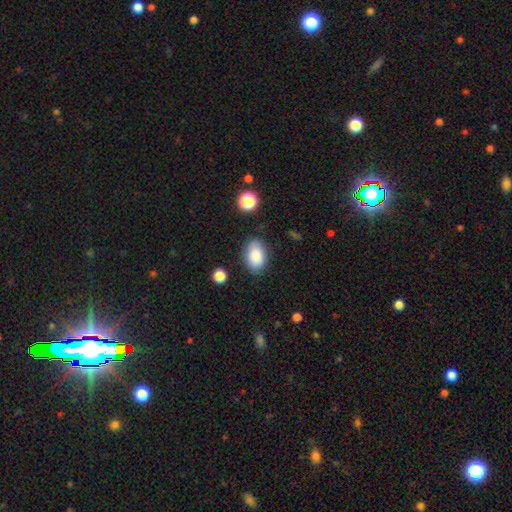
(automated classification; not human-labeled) smooth_or_featured: smooth (p=0.86) [alt: star or artifact p=0.08]
how_rounded: in between (p=0.89) [alt: round p=0.09]
merging: none (p=0.82) [alt: minor disturbance p=0.13]